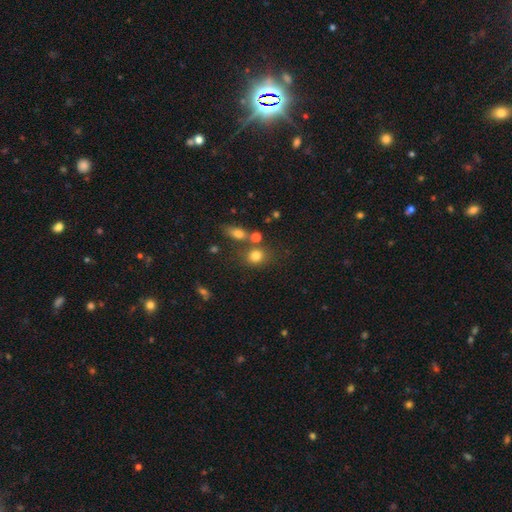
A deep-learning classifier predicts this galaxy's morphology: This is likely a smooth galaxy (78%). How rounded: likely round (69%). Merging: likely none (61%).